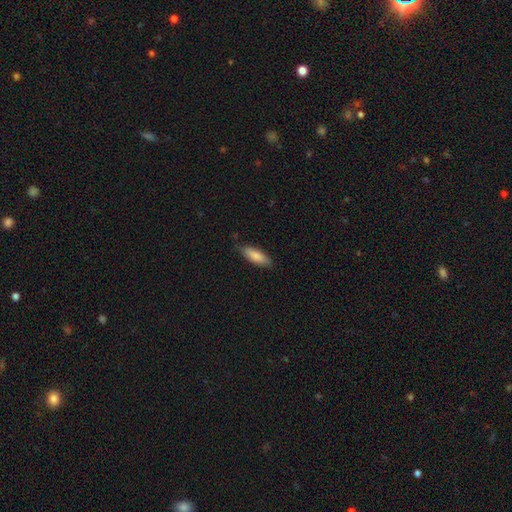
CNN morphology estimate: This appears to be a smooth galaxy with no disk features (85%) that is in between round and cigar-shaped (59%). Merging: none (80%).